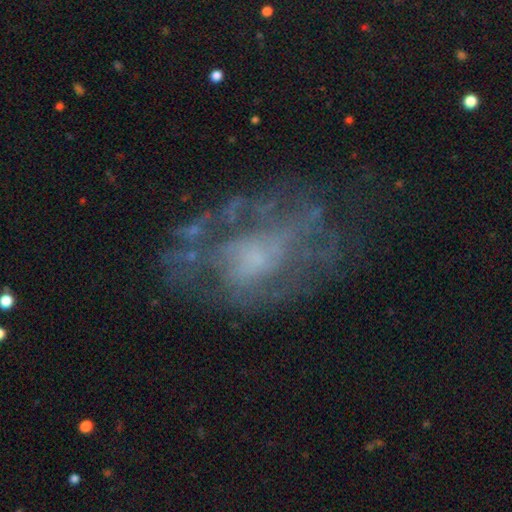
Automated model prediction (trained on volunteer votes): Overall: featured or disk (71%). Edge-on disk: no (96%). Bar: no (74%). Spiral arms: yes (52%; no 48%). Bulge size: small (43%; none 26%). Merging: none (54%; major disturbance 24%).